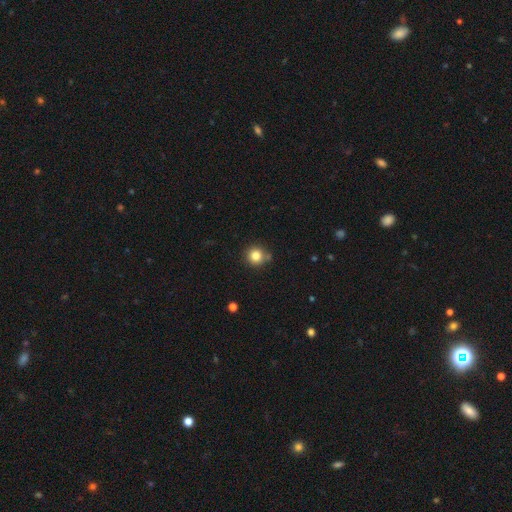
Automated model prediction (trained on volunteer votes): The model was most divided on "merging": none: 80%, minor disturbance: 10%, merger: 7%, major disturbance: 3%. More confident: how rounded — round (94%); smooth or featured — smooth (82%).